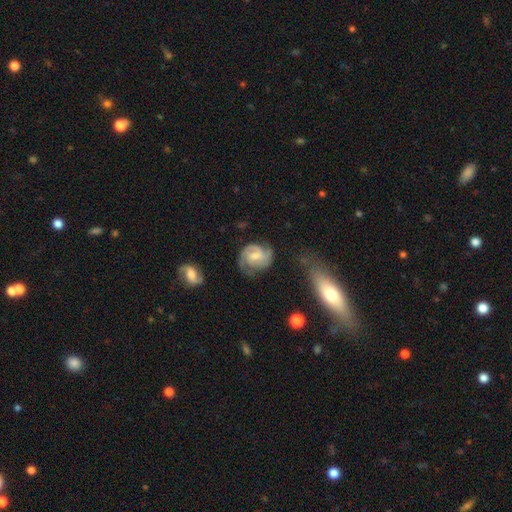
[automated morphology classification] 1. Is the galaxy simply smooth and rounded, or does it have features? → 78% featured or disk, 16% smooth, 6% star or artifact.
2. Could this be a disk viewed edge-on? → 98% no, 2% yes.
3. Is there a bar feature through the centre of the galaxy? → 51% weak, 38% no, 12% strong.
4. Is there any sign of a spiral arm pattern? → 95% yes, 5% no.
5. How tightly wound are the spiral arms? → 48% tight, 41% medium, 11% loose.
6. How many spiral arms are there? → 56% 2, 18% 3, 15% can't tell, 5% 1, 3% 4, 2% more than 4.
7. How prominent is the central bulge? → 45% moderate, 42% small, 8% none, 4% large, 1% dominant.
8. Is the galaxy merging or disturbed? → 63% none, 22% minor disturbance, 12% major disturbance, 3% merger.